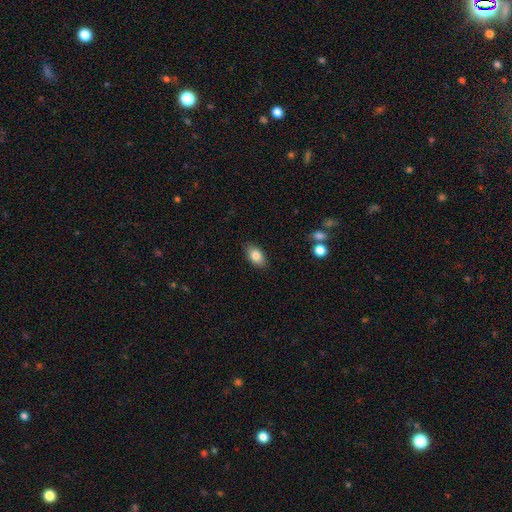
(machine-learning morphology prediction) This appears to be a smooth galaxy with no disk features (83%) that is in between round and cigar-shaped (90%). Merging: none (86%).